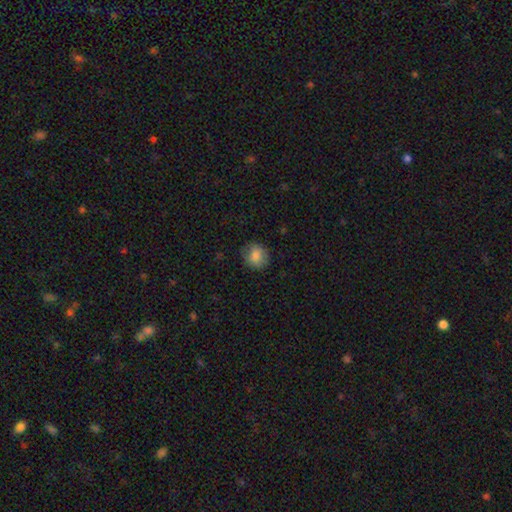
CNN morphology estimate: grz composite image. It shows a smooth galaxy with no disk features (83%) that is round (84%). Merging: none (80%).